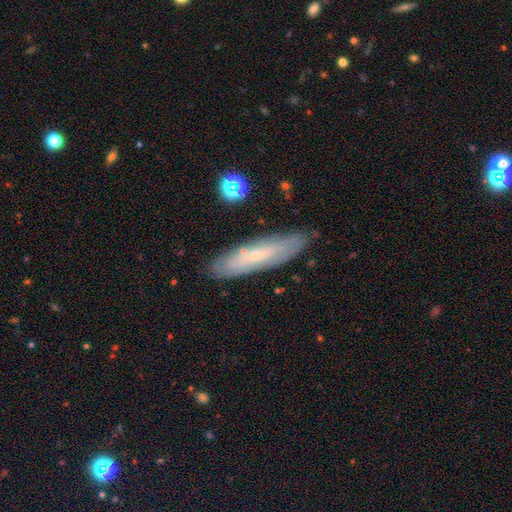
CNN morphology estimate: This is possibly a featured or disk galaxy (50%). It is possibly not viewed edge-on (53%). Merging: clearly none (84%).